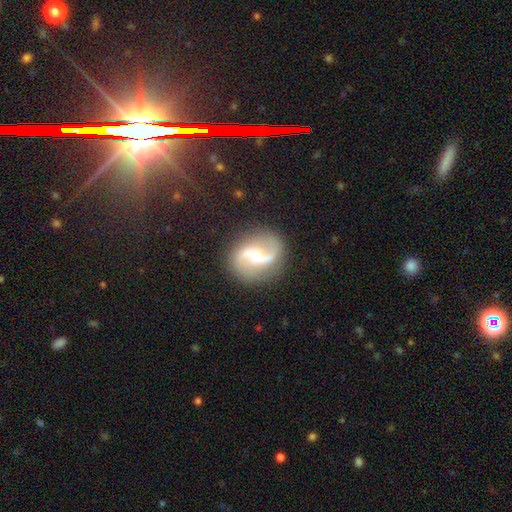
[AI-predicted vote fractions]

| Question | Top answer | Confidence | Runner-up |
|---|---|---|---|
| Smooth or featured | featured or disk | 87% | smooth (8%) |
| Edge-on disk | no | 98% | yes (2%) |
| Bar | weak | 41% | no (35%) |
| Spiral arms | yes | 96% | no (4%) |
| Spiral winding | loose | 64% | medium (29%) |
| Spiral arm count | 2 | 93% | 1 (2%) |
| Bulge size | small | 48% | moderate (46%) |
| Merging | none | 84% | minor disturbance (10%) |